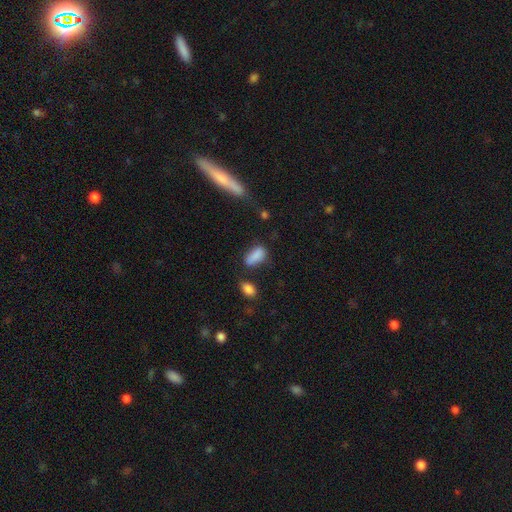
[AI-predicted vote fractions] This appears to be a smooth galaxy with no disk features (85%) that is in between round and cigar-shaped (85%). Merging: none (57%).